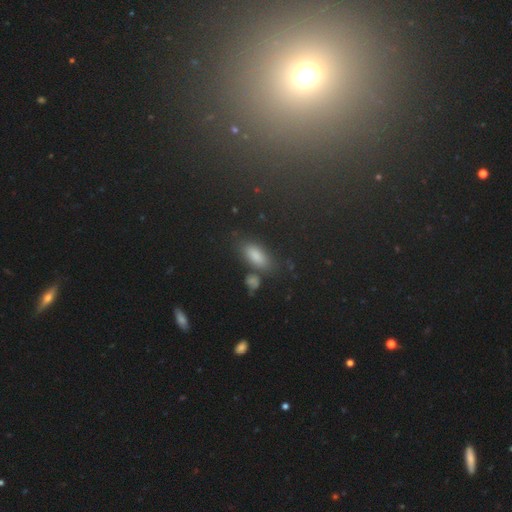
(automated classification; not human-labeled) Smooth or featured? Predicted: smooth (p=0.77). How rounded? Predicted: in between (p=0.82). Merging? Predicted: none (p=0.74).